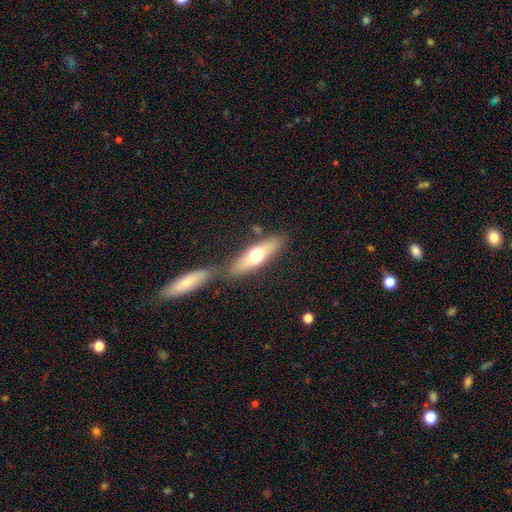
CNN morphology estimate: This is possibly a smooth galaxy (57%). How rounded: possibly cigar-shaped (57%). Merging: likely none (61%).